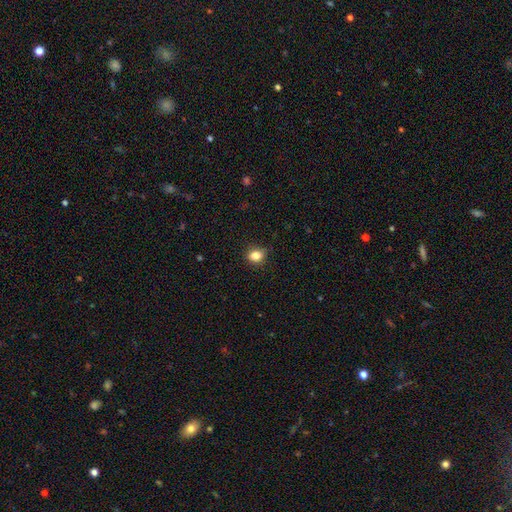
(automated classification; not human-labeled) This appears to be a smooth galaxy with no disk features (83%) that is round (58%). Merging: none (83%).